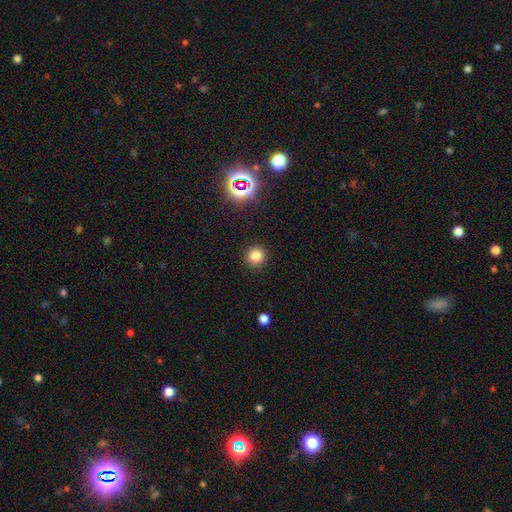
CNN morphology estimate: Overall: smooth (80%). How rounded: round (94%). Merging: none (92%).